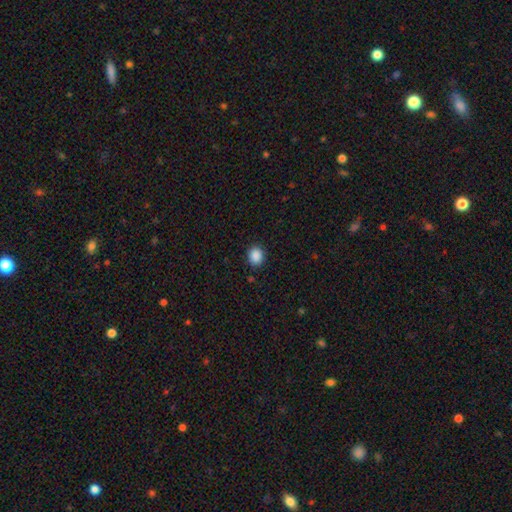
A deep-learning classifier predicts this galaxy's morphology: The model was most divided on "how rounded": round: 67%, in between: 32%, cigar-shaped: 1%. More confident: merging — none (88%); smooth or featured — smooth (88%).